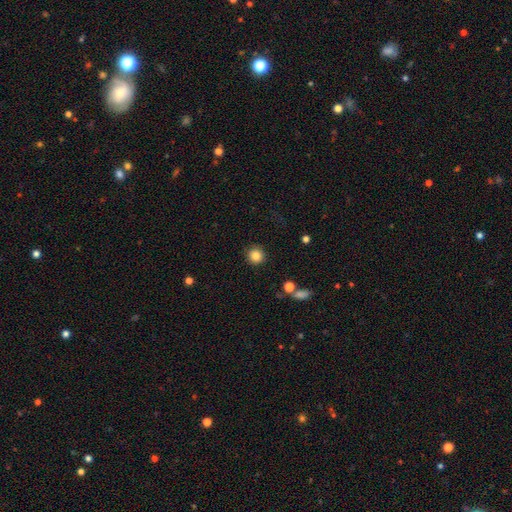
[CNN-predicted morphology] This is clearly a smooth galaxy (84%). How rounded: clearly round (93%). Merging: clearly none (90%).